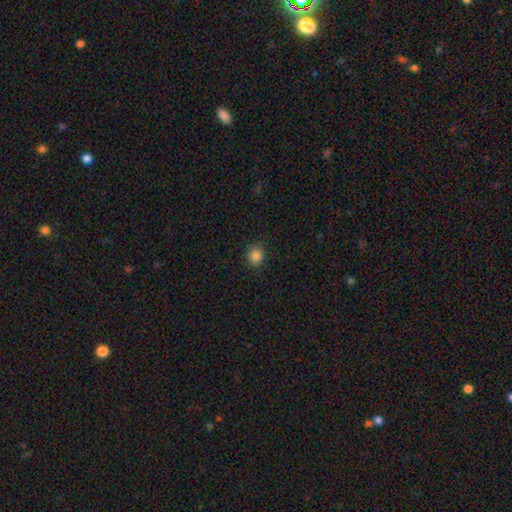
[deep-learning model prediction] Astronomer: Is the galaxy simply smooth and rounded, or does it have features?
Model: smooth — 84%.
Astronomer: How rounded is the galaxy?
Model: round — 88%.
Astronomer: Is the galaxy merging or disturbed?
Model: none — 89%.